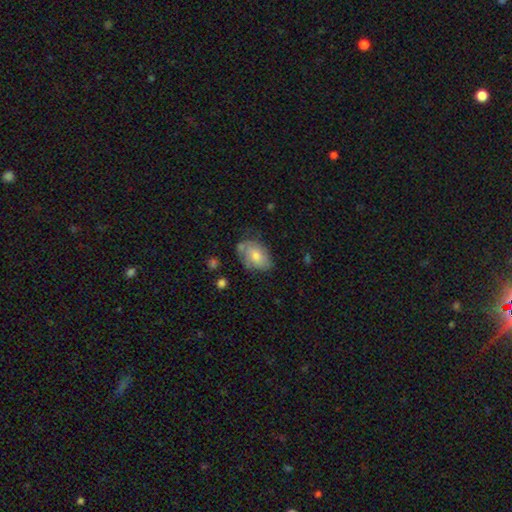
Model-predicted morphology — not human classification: Overall: smooth (59%; featured or disk 33%). How rounded: in between (83%). Merging: none (58%; minor disturbance 30%).